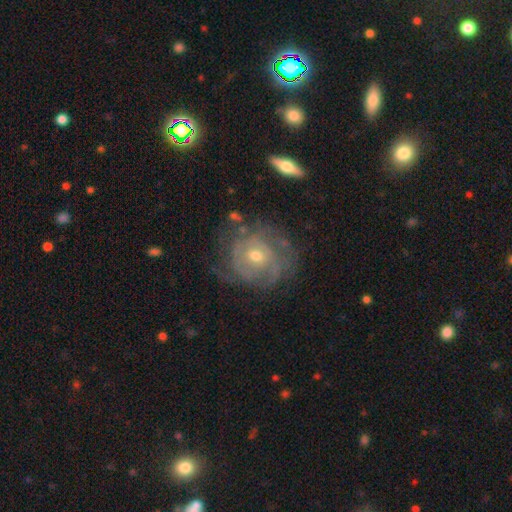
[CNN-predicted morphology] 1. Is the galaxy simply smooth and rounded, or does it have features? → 80% featured or disk, 13% smooth, 7% star or artifact.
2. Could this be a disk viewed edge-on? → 96% no, 4% yes.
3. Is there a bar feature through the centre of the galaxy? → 75% no, 21% weak, 4% strong.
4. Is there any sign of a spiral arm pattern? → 85% yes, 15% no.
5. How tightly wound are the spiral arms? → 70% tight, 22% medium, 8% loose.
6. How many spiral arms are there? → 49% can't tell, 18% 2, 15% 3, 8% 4, 5% 1, 5% more than 4.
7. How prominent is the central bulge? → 51% moderate, 45% small, 2% large, 1% none, 1% dominant.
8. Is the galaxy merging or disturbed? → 66% none, 20% minor disturbance, 12% major disturbance, 2% merger.